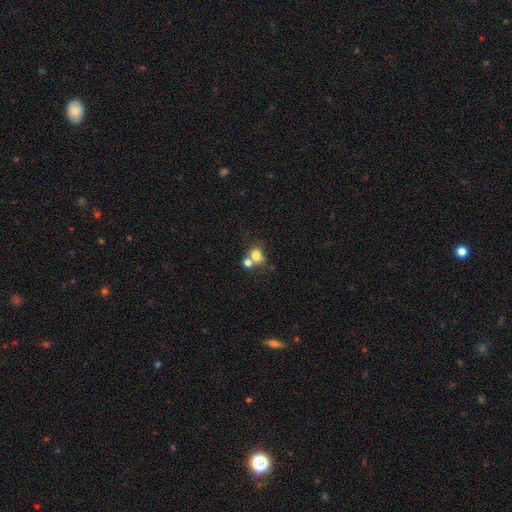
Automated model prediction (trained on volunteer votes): The model was most divided on "merging": merger: 47%, none: 37%, minor disturbance: 10%, major disturbance: 6%. More confident: smooth or featured — smooth (75%); how rounded — round (64%).